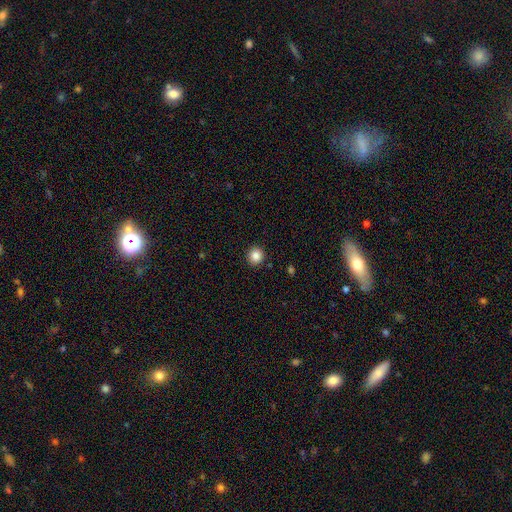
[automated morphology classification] A smooth galaxy with no disk features (86%) that is round (91%). Merging: none (92%).